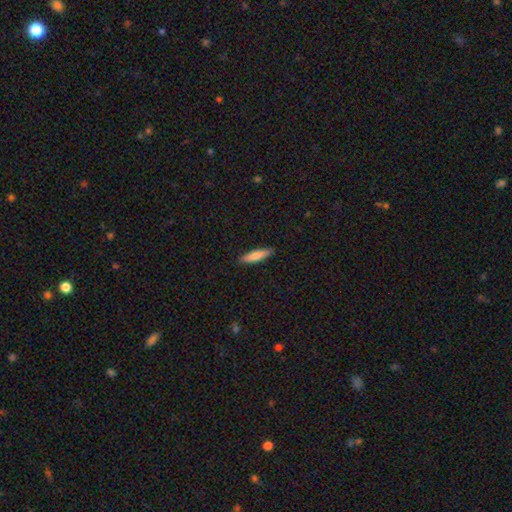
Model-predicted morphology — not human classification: This is clearly a smooth galaxy (80%). How rounded: likely cigar-shaped (78%). Merging: clearly none (89%).